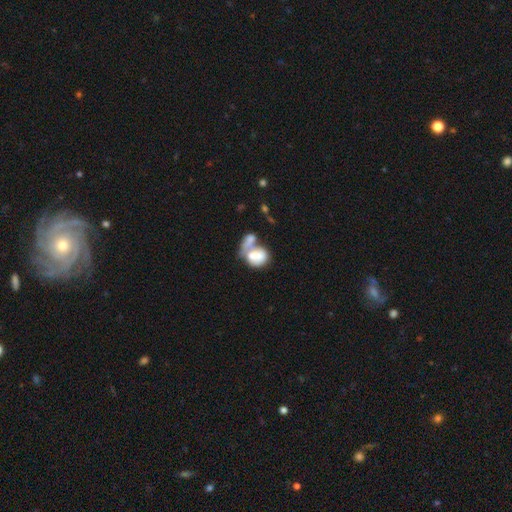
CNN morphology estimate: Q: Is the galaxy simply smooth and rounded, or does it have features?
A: smooth — 58%.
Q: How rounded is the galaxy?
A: in between — 72%.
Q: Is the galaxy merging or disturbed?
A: merger — 62%.